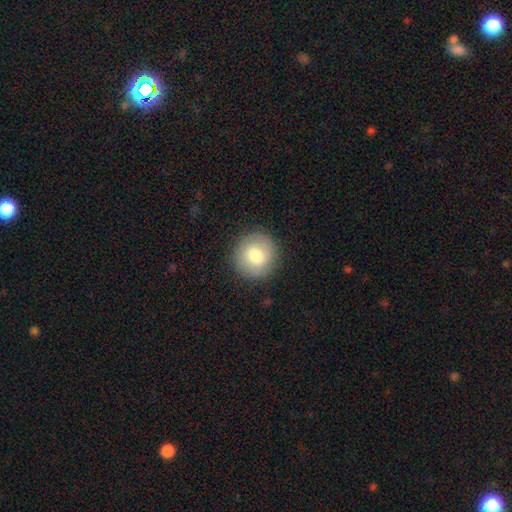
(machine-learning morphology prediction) smooth-or-featured: smooth: 75% | featured or disk: 17% | star or artifact: 8%
  how-rounded: round: 93% | in between: 6% | cigar-shaped: 1%
  merging: none: 89% | minor disturbance: 8% | major disturbance: 3% | merger: 1%